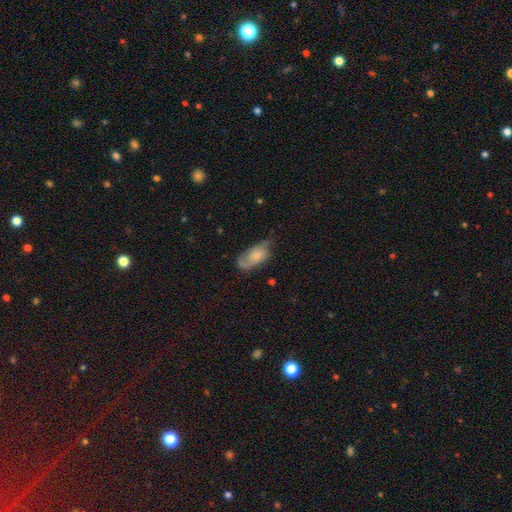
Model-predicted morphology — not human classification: This is possibly a smooth galaxy (56%). How rounded: clearly in between (90%). Merging: possibly none (48%).